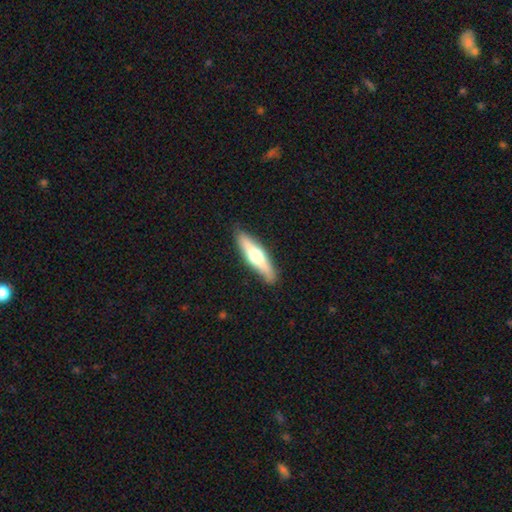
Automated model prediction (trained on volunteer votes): Overall: featured or disk (53%; smooth 42%). Edge-on disk: yes (92%). Merging: none (88%).